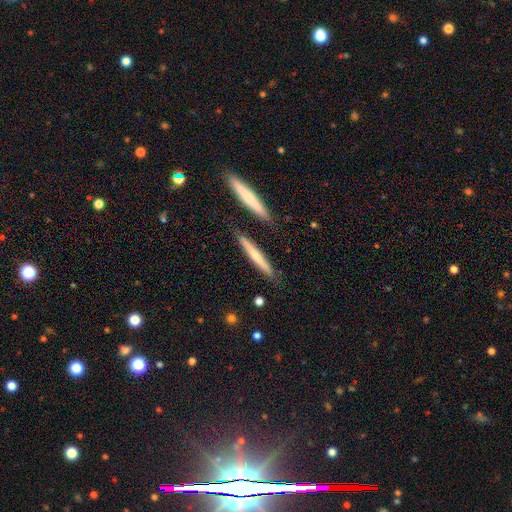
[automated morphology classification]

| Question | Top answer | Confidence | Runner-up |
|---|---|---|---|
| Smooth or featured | smooth | 61% | featured or disk (33%) |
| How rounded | cigar-shaped | 94% | in between (4%) |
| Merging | none | 83% | minor disturbance (9%) |